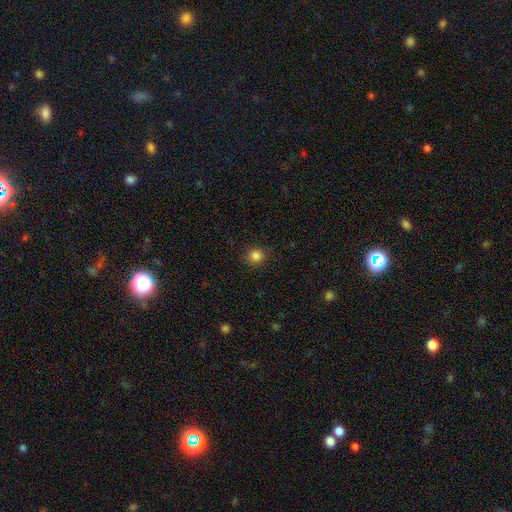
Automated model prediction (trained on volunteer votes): smooth-or-featured: smooth: 84% | star or artifact: 12% | featured or disk: 4%
  how-rounded: round: 89% | in between: 10% | cigar-shaped: 1%
  merging: none: 89% | minor disturbance: 8% | major disturbance: 2% | merger: 1%